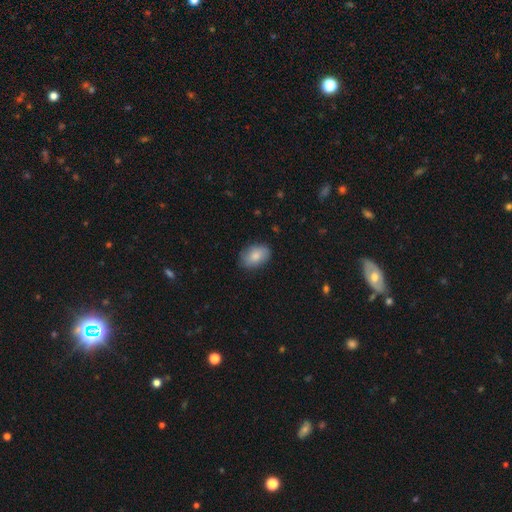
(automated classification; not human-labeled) The model was most divided on "how rounded": in between: 85%, round: 13%, cigar-shaped: 1%. More confident: merging — none (84%); smooth or featured — smooth (84%).